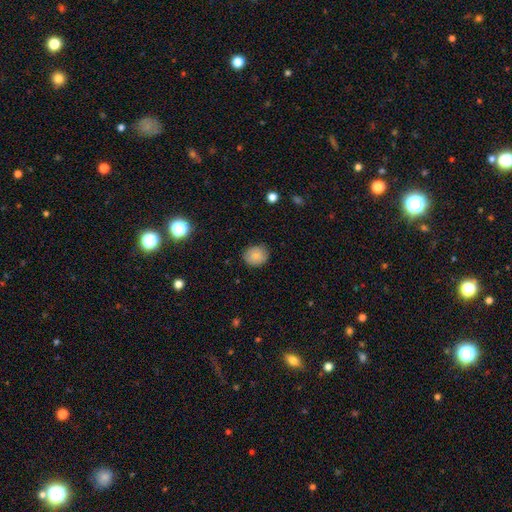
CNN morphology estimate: The model was most divided on "how rounded": round: 70%, in between: 30%, cigar-shaped: 1%. More confident: merging — none (86%); smooth or featured — smooth (85%).